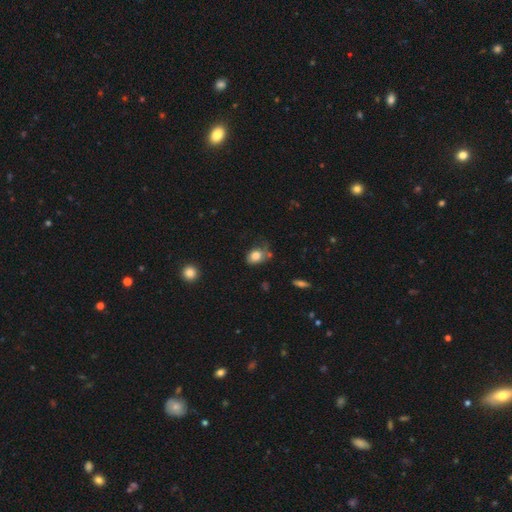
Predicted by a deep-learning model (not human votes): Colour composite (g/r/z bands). It shows a smooth galaxy with no disk features (80%) that is in between round and cigar-shaped (58%). Merging: none (51%).